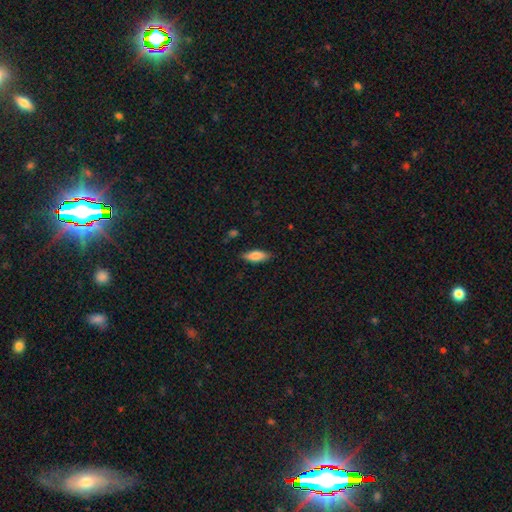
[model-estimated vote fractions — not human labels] A smooth galaxy with no disk features (82%) that is in between round and cigar-shaped (71%).

Vote fractions:
- Smooth or featured? smooth: 82% / featured or disk: 11% / star or artifact: 6%
- How rounded? in between: 71% / cigar-shaped: 27% / round: 2%
- Merging? none: 84% / minor disturbance: 12% / major disturbance: 3% / merger: 1%